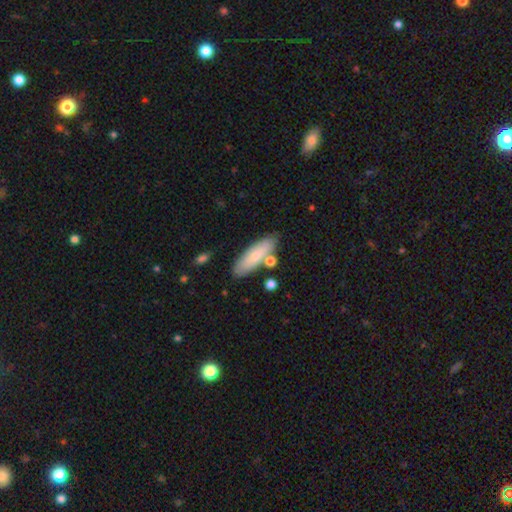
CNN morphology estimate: Smooth or featured?
  - smooth: 79% *
  - featured or disk: 15%
  - star or artifact: 6%
How rounded?
  - cigar-shaped: 52% *
  - in between: 46%
  - round: 2%
Merging?
  - none: 79% *
  - minor disturbance: 12%
  - merger: 7%
  - major disturbance: 3%